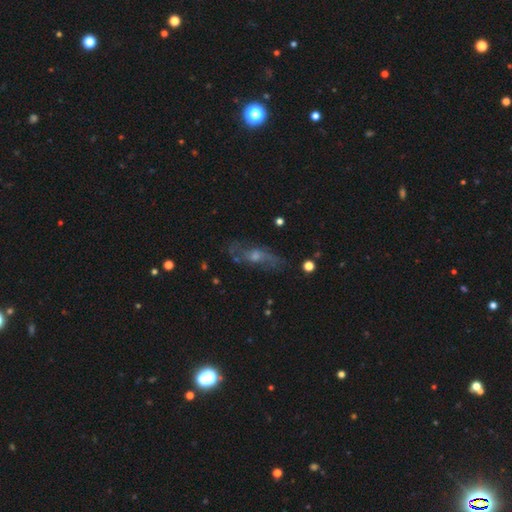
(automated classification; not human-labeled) smooth-or-featured: featured or disk: 59% | smooth: 26% | star or artifact: 16%
  disk-edge-on: no: 71% | yes: 29%
  merging: none: 68% | minor disturbance: 18% | major disturbance: 11% | merger: 3%